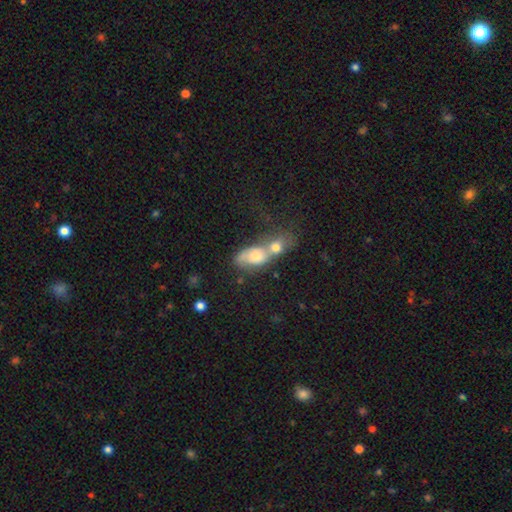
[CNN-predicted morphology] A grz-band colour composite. It shows a smooth galaxy with no disk features (62%) that is in between round and cigar-shaped (76%). Merging: merger (73%).